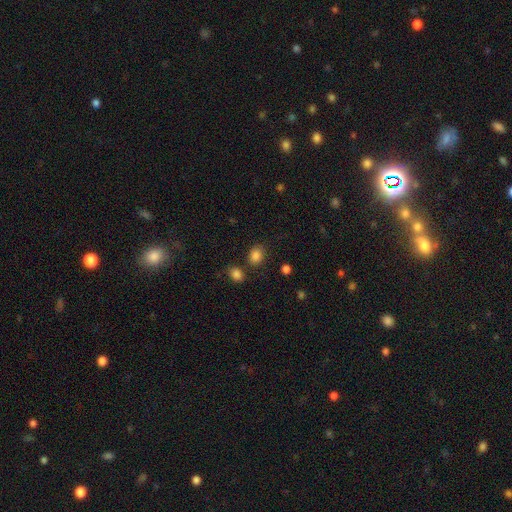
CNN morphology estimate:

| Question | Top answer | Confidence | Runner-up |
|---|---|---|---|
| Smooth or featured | smooth | 84% | star or artifact (11%) |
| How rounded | in between | 53% | round (46%) |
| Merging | none | 76% | minor disturbance (11%) |